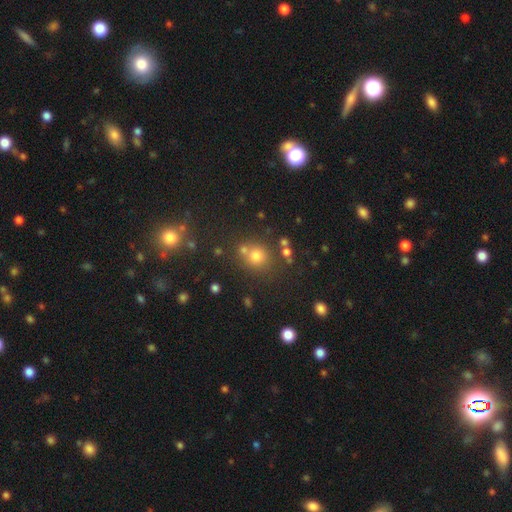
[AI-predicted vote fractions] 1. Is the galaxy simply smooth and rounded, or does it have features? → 66% smooth, 24% star or artifact, 10% featured or disk.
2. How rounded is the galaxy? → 86% round, 13% in between, 1% cigar-shaped.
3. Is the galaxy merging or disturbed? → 68% none, 19% merger, 9% minor disturbance, 4% major disturbance.